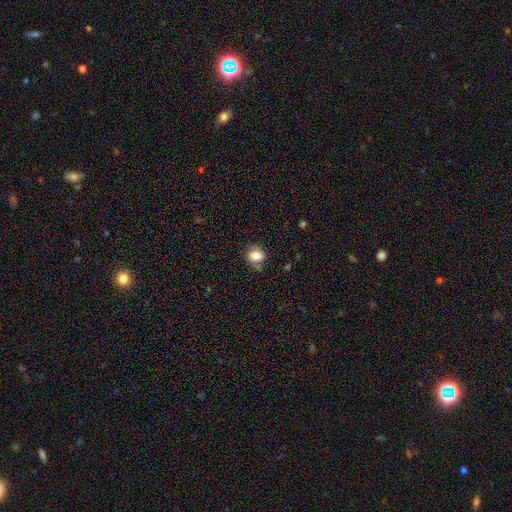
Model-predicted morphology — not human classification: This appears to be a smooth galaxy with no disk features (79%) that is round (51%). Merging: none (71%).